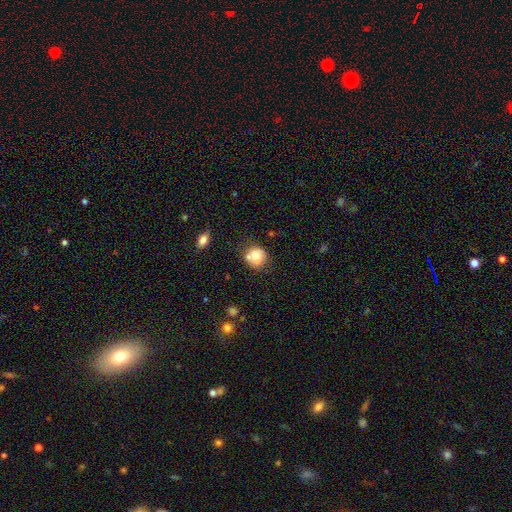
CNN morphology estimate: smooth_or_featured: smooth (p=0.74) [alt: featured or disk p=0.17]
how_rounded: round (p=0.79) [alt: in between p=0.20]
merging: none (p=0.58) [alt: minor disturbance p=0.20]